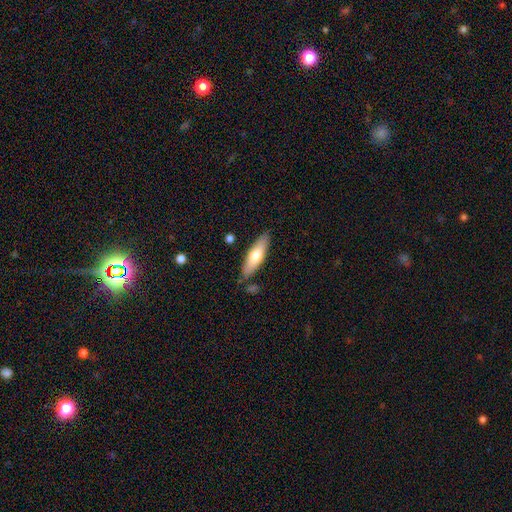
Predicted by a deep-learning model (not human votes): Morphology: type=smooth (64%); roundness=cigar-shaped (54%); merging=none (83%).